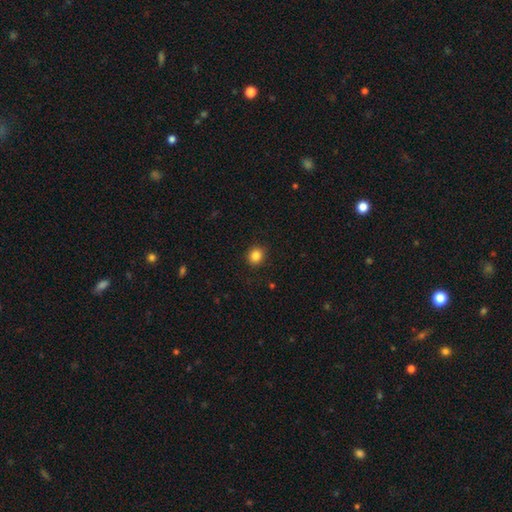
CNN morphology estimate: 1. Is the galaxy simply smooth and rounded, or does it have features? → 85% smooth, 11% star or artifact, 4% featured or disk.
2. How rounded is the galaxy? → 80% round, 19% in between, 1% cigar-shaped.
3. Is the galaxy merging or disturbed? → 89% none, 7% minor disturbance, 2% major disturbance, 1% merger.